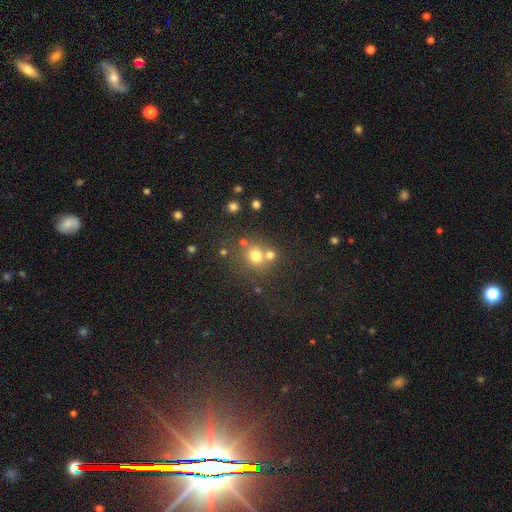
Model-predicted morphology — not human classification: Smooth or featured? smooth (70%)
How rounded? round (81%)
Merging? none (58%)